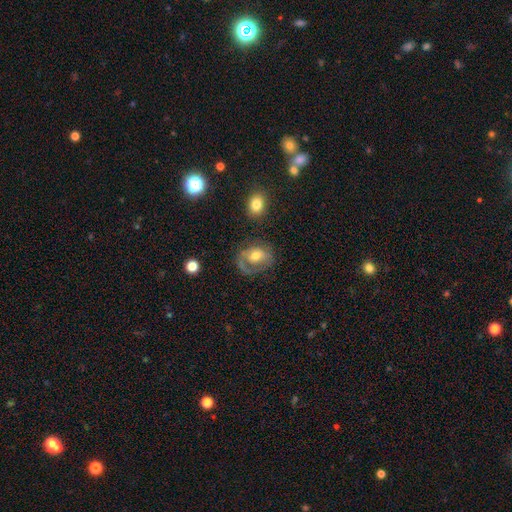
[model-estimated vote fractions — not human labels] smooth-or-featured: featured or disk: 50% | smooth: 42% | star or artifact: 8%
  merging: none: 49% | major disturbance: 25% | minor disturbance: 22% | merger: 4%